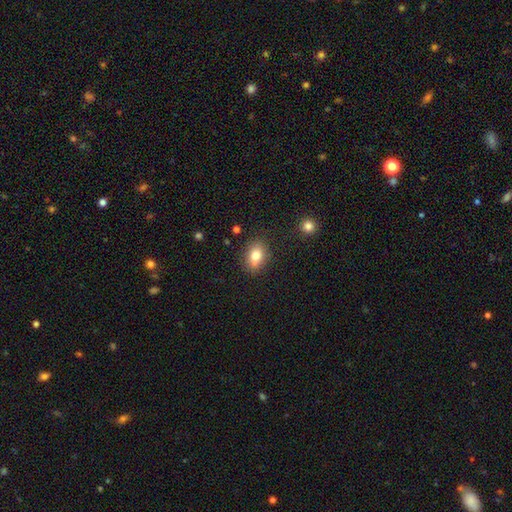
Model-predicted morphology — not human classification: A smooth galaxy with no disk features (77%) that is in between round and cigar-shaped (67%).

Vote fractions:
- Smooth or featured? smooth: 77% / featured or disk: 13% / star or artifact: 10%
- How rounded? in between: 67% / round: 31% / cigar-shaped: 2%
- Merging? none: 71% / minor disturbance: 15% / merger: 11% / major disturbance: 3%